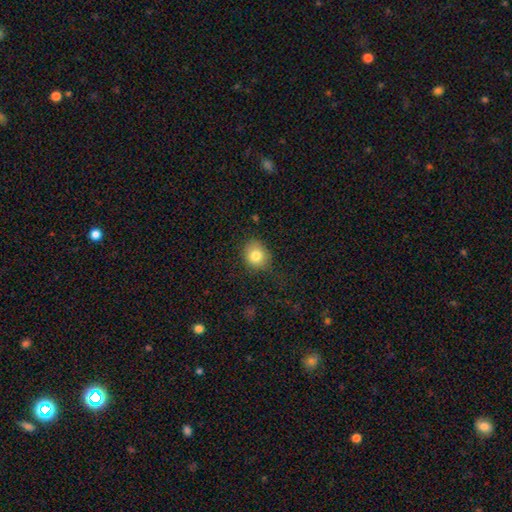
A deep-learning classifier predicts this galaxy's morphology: Overall: smooth (81%). How rounded: round (70%). Merging: none (74%).